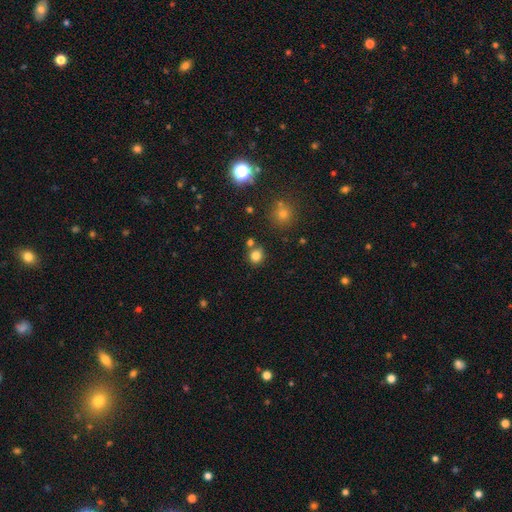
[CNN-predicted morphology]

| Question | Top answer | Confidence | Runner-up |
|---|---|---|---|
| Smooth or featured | smooth | 80% | star or artifact (14%) |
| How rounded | round | 83% | in between (16%) |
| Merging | none | 74% | merger (13%) |